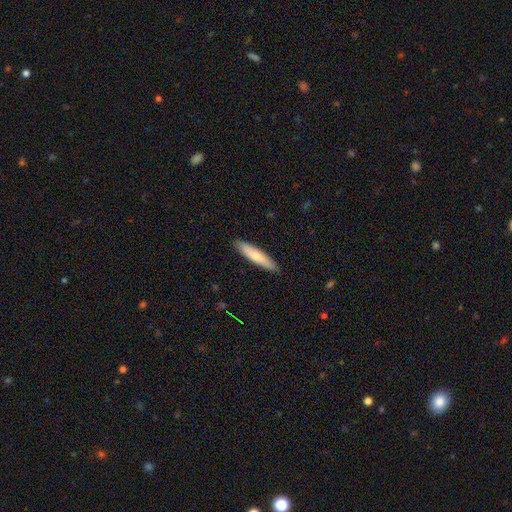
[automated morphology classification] A smooth galaxy with no disk features (74%) that is cigar-shaped (85%).

Vote fractions:
- Smooth or featured? smooth: 74% / featured or disk: 21% / star or artifact: 5%
- How rounded? cigar-shaped: 85% / in between: 14% / round: 1%
- Merging? none: 90% / minor disturbance: 8% / major disturbance: 1% / merger: 1%